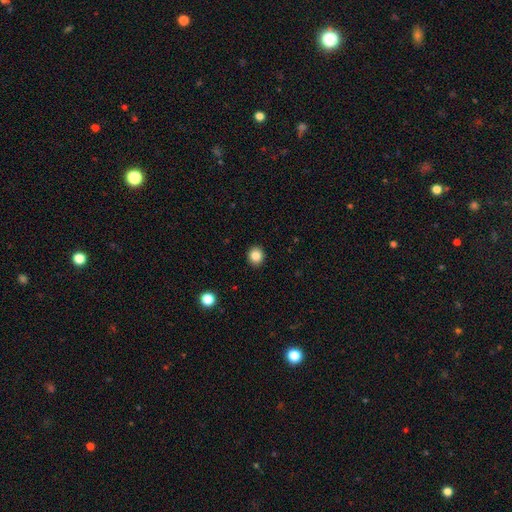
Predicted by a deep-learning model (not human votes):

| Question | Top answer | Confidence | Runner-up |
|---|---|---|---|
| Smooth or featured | smooth | 84% | star or artifact (11%) |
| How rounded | round | 80% | in between (19%) |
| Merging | none | 92% | minor disturbance (5%) |